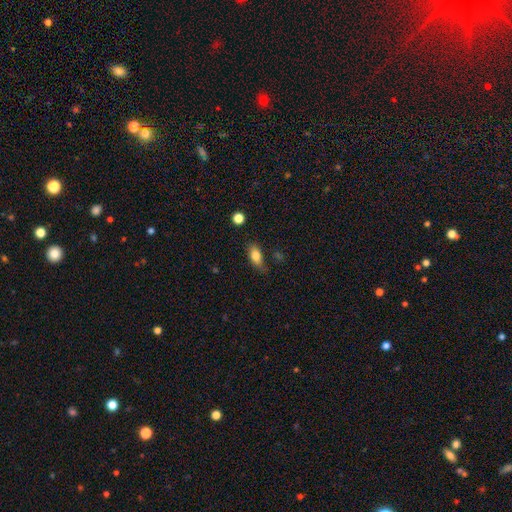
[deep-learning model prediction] Smooth or featured? smooth (80%)
How rounded? in between (83%)
Merging? none (65%)